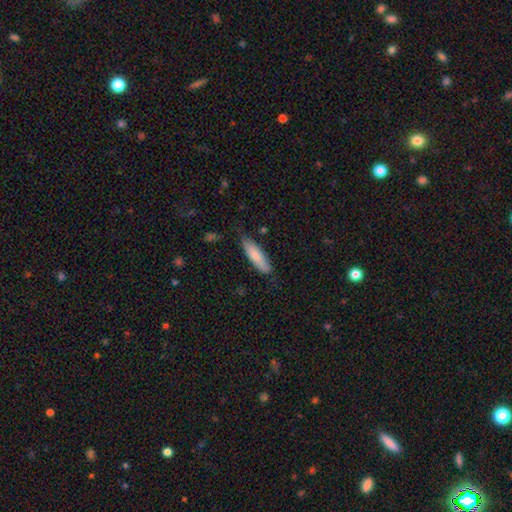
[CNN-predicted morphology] type=smooth (77%); roundness=cigar-shaped (56%); merging=none (72%).